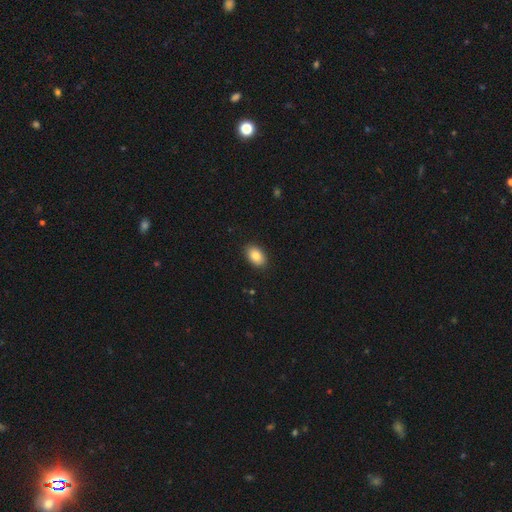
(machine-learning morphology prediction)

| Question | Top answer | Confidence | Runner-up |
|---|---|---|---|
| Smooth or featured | smooth | 84% | featured or disk (9%) |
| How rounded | in between | 88% | round (11%) |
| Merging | none | 89% | minor disturbance (8%) |